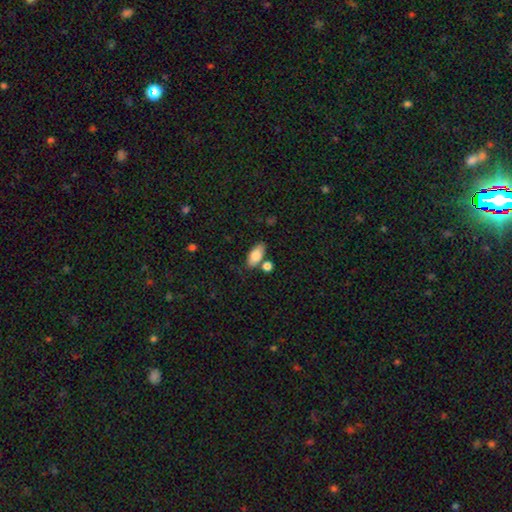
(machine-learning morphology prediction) Overall: smooth (82%). How rounded: in between (89%). Merging: none (69%).